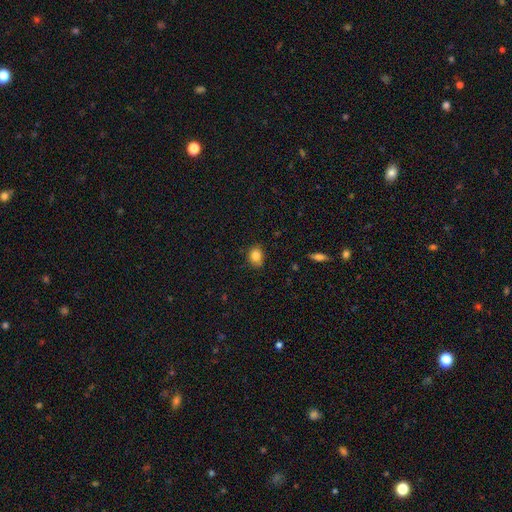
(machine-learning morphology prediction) smooth-or-featured: smooth: 84% | star or artifact: 10% | featured or disk: 6%
  how-rounded: round: 57% | in between: 42% | cigar-shaped: 1%
  merging: none: 78% | minor disturbance: 18% | major disturbance: 3% | merger: 2%